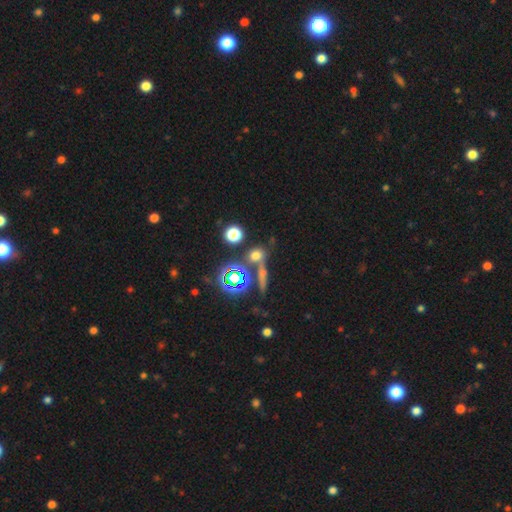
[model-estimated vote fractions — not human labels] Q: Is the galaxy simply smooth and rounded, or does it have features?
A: smooth — 57%.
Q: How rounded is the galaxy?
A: round — 63%.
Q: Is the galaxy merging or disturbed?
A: none — 63%.